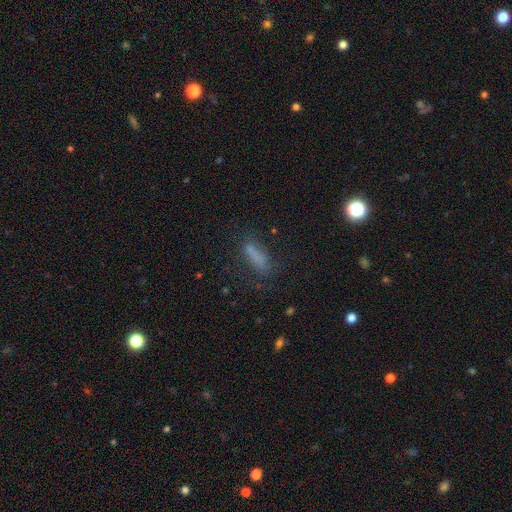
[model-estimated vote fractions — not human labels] This appears to be a smooth galaxy with no disk features (68%) that is cigar-shaped (58%). Merging: none (63%).